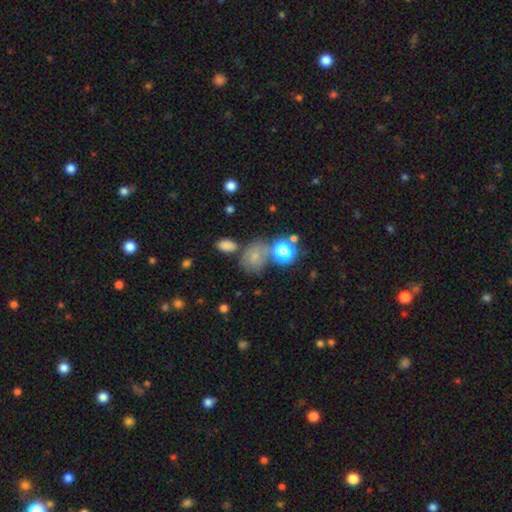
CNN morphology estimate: Q: Smooth or featured?
A: smooth (60%); runner-up: star or artifact (21%)
Q: How rounded?
A: round (55%); runner-up: in between (44%)
Q: Merging?
A: none (56%); runner-up: minor disturbance (18%)